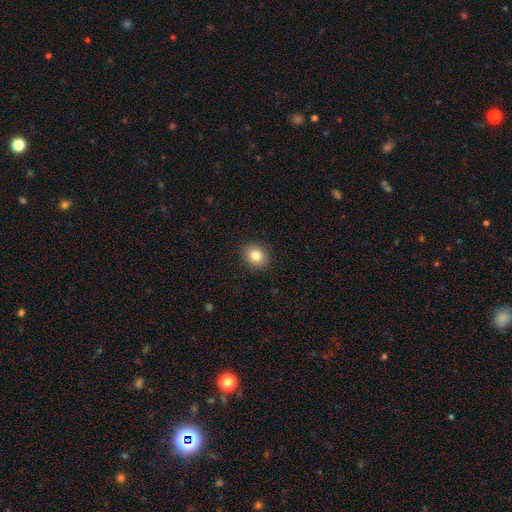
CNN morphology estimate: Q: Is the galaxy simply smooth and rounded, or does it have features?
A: smooth — 83%.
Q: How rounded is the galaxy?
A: round — 72%.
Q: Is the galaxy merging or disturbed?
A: none — 91%.